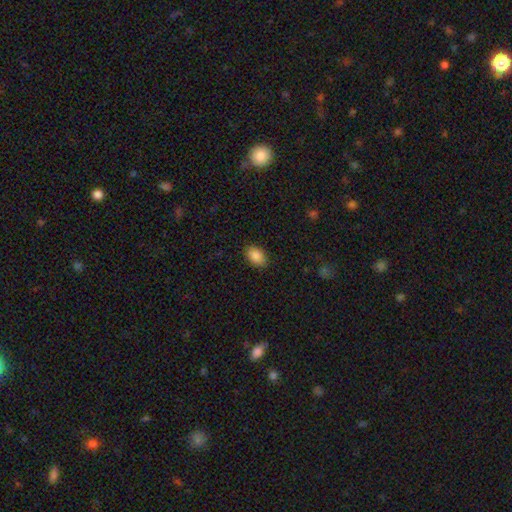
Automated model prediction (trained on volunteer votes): A smooth galaxy with no disk features (88%) that is in between round and cigar-shaped (87%). Merging: none (88%).